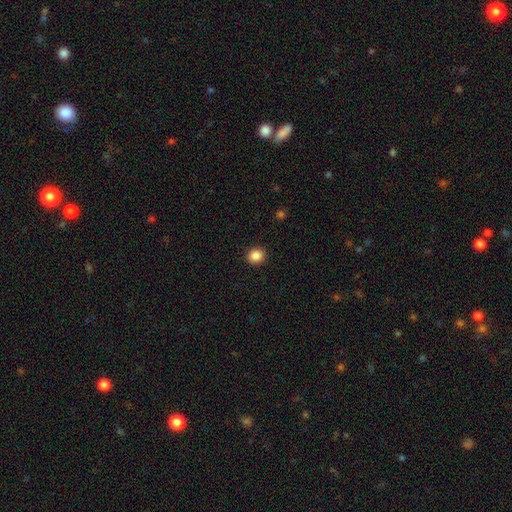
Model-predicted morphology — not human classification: Smooth or featured? smooth (88%)
How rounded? round (75%)
Merging? none (91%)